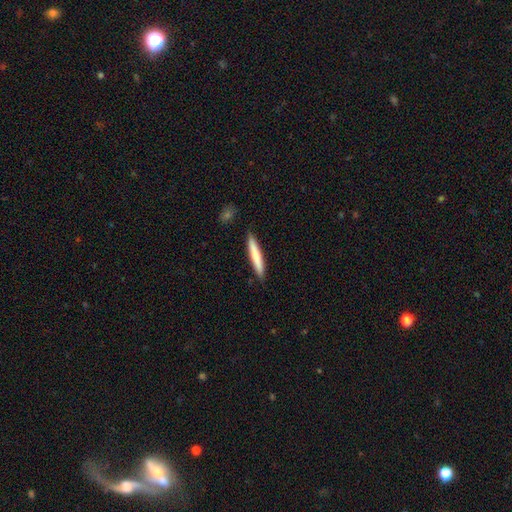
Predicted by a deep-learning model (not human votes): smooth-or-featured: smooth: 70% | featured or disk: 24% | star or artifact: 5%
  how-rounded: cigar-shaped: 94% | in between: 5% | round: 1%
  merging: none: 89% | minor disturbance: 8% | major disturbance: 1% | merger: 1%